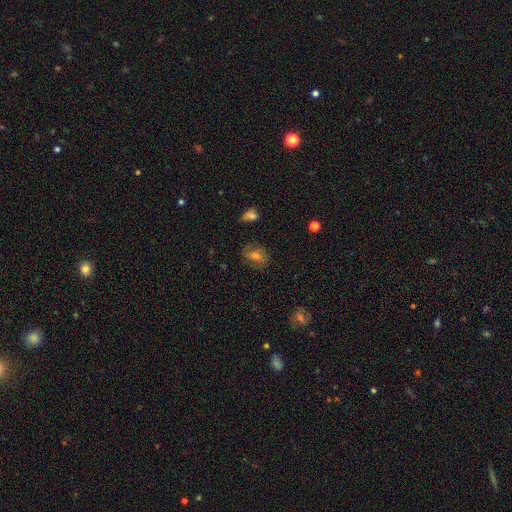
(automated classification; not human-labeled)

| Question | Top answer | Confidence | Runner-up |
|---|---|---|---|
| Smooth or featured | smooth | 55% | featured or disk (30%) |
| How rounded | in between | 59% | round (40%) |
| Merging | none | 77% | minor disturbance (16%) |